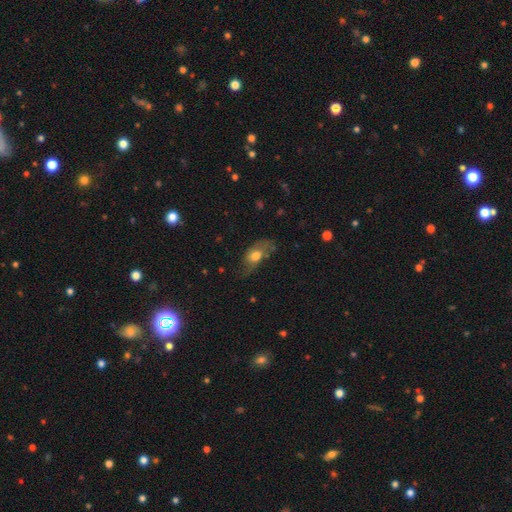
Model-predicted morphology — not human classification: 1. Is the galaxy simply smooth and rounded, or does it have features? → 59% smooth, 33% featured or disk, 8% star or artifact.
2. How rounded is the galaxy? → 82% in between, 12% round, 7% cigar-shaped.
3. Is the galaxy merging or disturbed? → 45% none, 32% minor disturbance, 20% major disturbance, 3% merger.